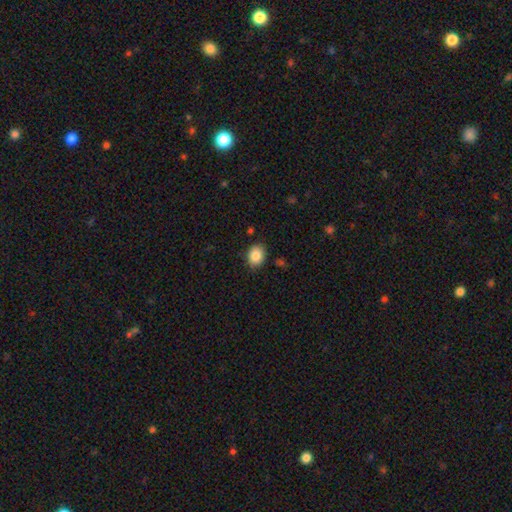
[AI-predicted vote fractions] The model was most divided on "how rounded": in between: 52%, round: 48%, cigar-shaped: 1%. More confident: smooth or featured — smooth (86%); merging — none (85%).